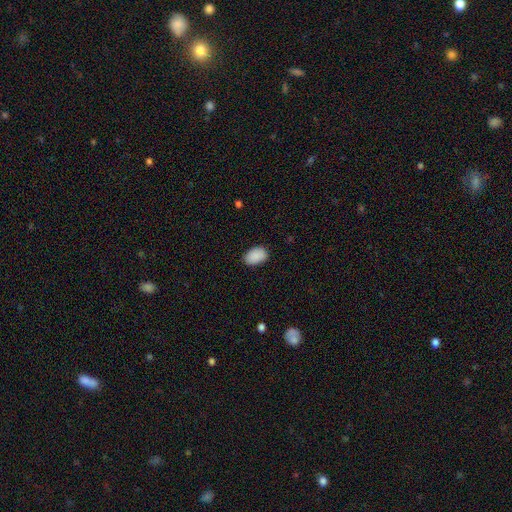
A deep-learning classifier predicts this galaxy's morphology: Overall: smooth (90%). How rounded: in between (91%). Merging: none (84%).